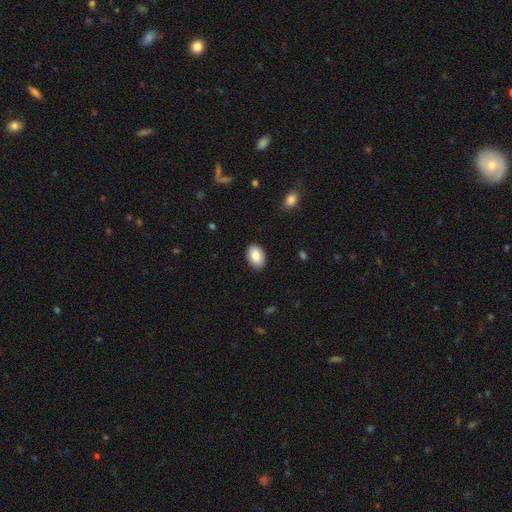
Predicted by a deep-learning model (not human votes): Q: Smooth or featured?
A: smooth (88%); runner-up: star or artifact (6%)
Q: How rounded?
A: in between (90%); runner-up: round (9%)
Q: Merging?
A: none (89%); runner-up: minor disturbance (8%)